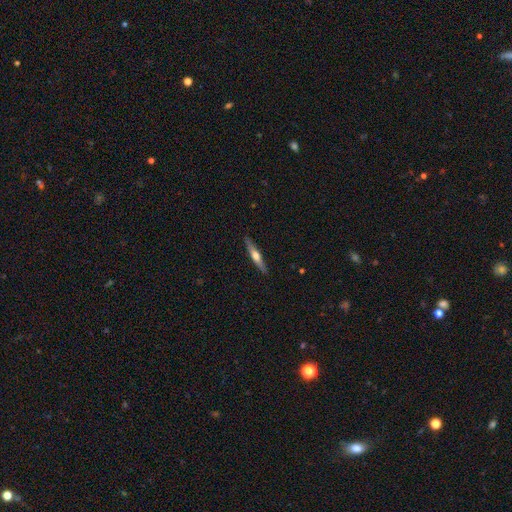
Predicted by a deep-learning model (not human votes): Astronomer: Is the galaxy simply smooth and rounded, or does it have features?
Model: featured or disk — 56% (runner-up: smooth, 38%).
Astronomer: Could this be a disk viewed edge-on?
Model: yes — 95%.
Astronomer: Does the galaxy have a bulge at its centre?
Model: rounded — 87%.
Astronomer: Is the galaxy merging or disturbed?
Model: none — 89%.